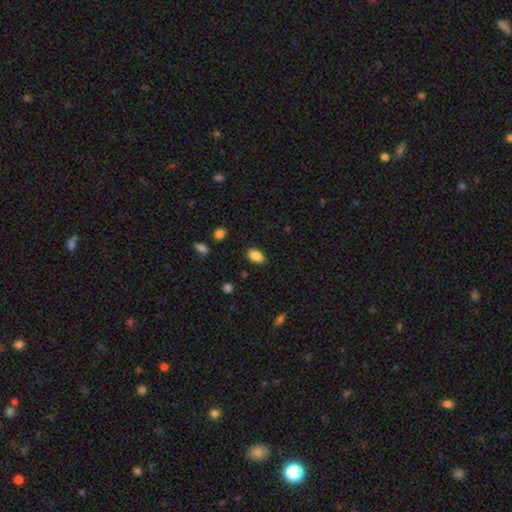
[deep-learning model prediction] Smooth or featured? Predicted: smooth (p=0.86). How rounded? Predicted: in between (p=0.90). Merging? Predicted: none (p=0.85).